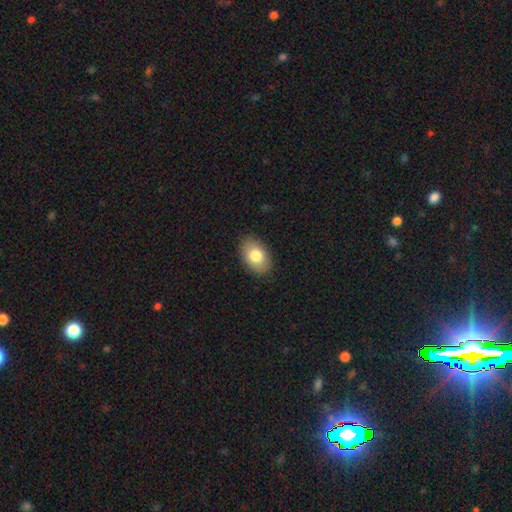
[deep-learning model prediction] This appears to be a smooth galaxy with no disk features (80%) that is in between round and cigar-shaped (89%). Merging: none (87%).